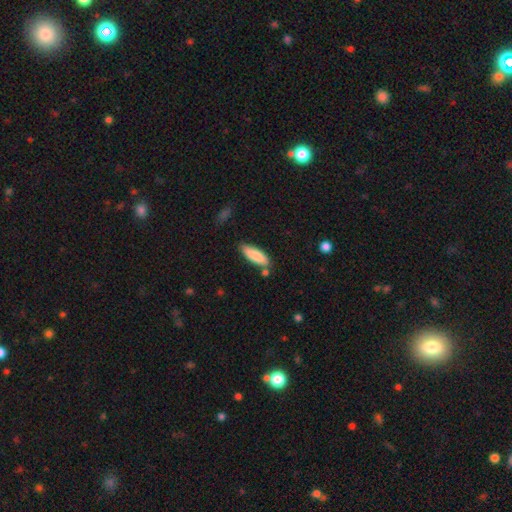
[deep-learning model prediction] Morphology: type=smooth (86%); roundness=in between (56%); merging=none (75%).